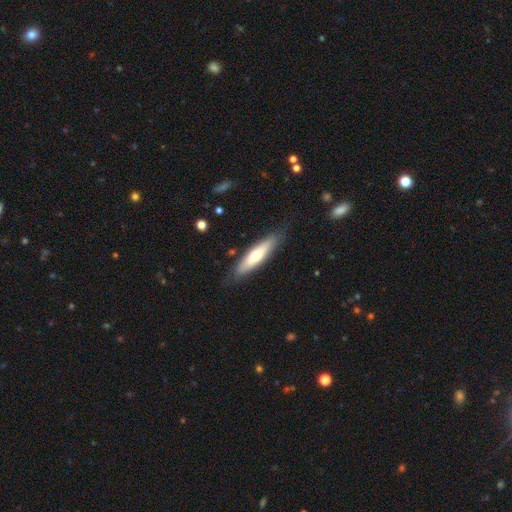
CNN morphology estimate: smooth-or-featured: smooth: 60% | featured or disk: 35% | star or artifact: 6%
  how-rounded: cigar-shaped: 69% | in between: 30% | round: 2%
  merging: none: 82% | minor disturbance: 14% | major disturbance: 3% | merger: 1%